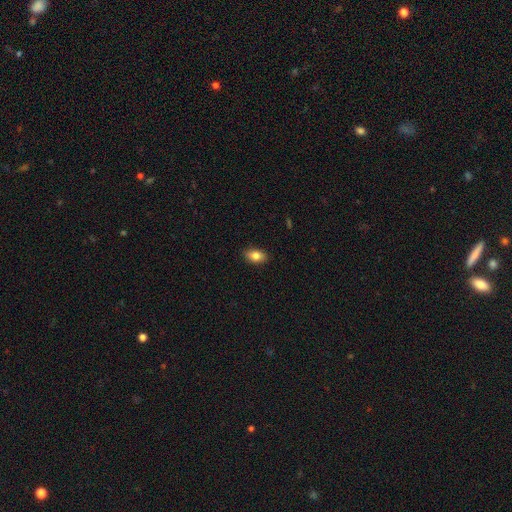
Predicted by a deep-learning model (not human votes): A smooth galaxy with no disk features (83%) that is in between round and cigar-shaped (87%). Merging: none (88%).